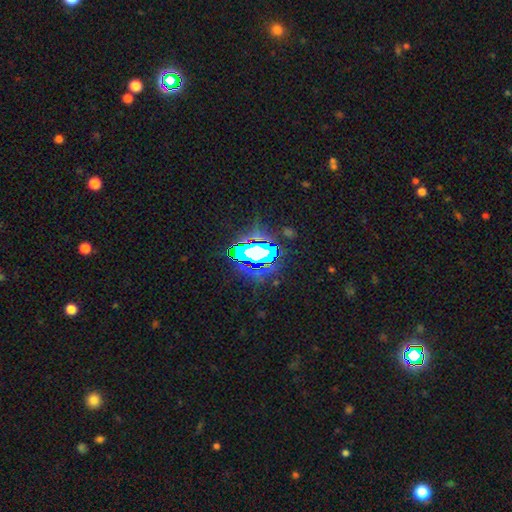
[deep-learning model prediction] Overall: star or artifact (65%).